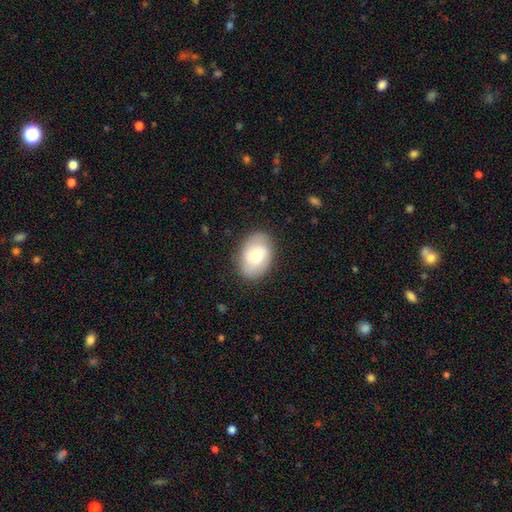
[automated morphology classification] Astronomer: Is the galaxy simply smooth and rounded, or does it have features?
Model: smooth — 62%.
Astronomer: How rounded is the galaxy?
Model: in between — 81%.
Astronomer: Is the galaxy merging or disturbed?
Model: none — 83%.